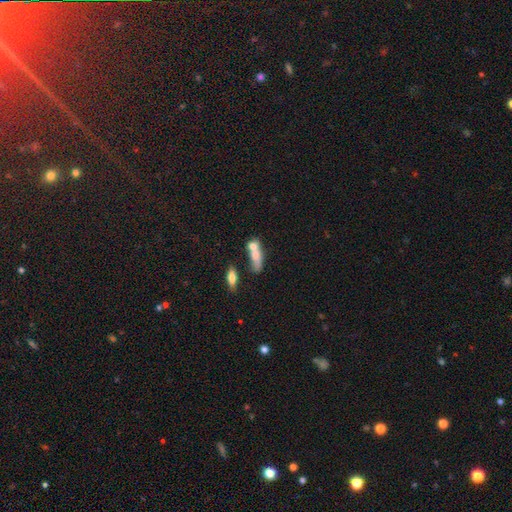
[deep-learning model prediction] This appears to be a smooth galaxy with no disk features (66%) that is in between round and cigar-shaped (54%). Merging: merger (51%).